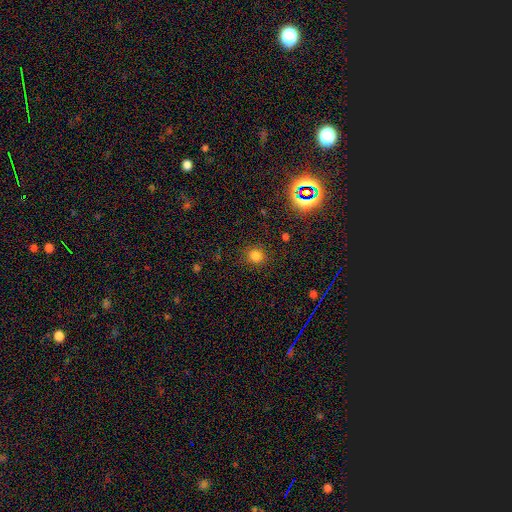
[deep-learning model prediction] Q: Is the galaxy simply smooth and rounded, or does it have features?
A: smooth — 78%.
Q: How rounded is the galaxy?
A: round — 88%.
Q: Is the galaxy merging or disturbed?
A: none — 87%.